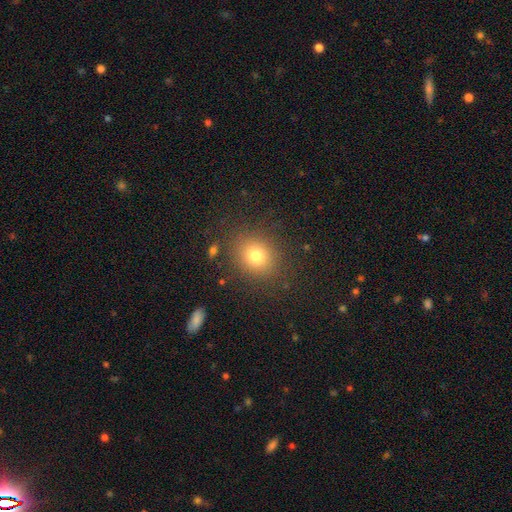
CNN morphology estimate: type=smooth (76%); roundness=round (70%); merging=none (85%).